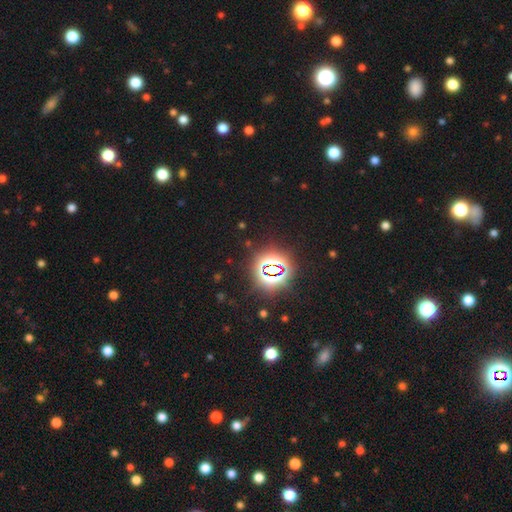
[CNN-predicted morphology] smooth_or_featured: star or artifact (p=0.75) [alt: smooth p=0.18]